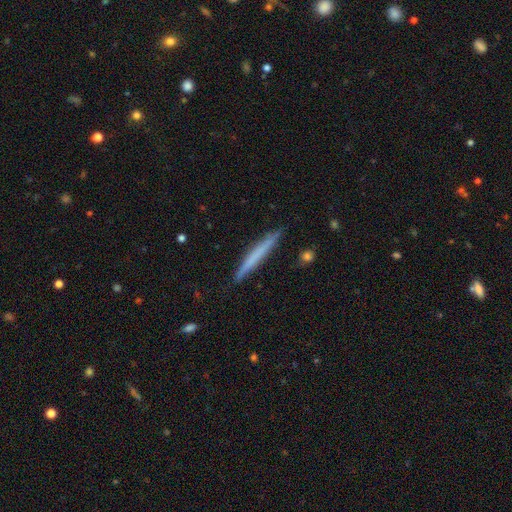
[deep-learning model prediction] Smooth or featured? Predicted: smooth (p=0.60). How rounded? Predicted: cigar-shaped (p=0.97). Merging? Predicted: none (p=0.90).